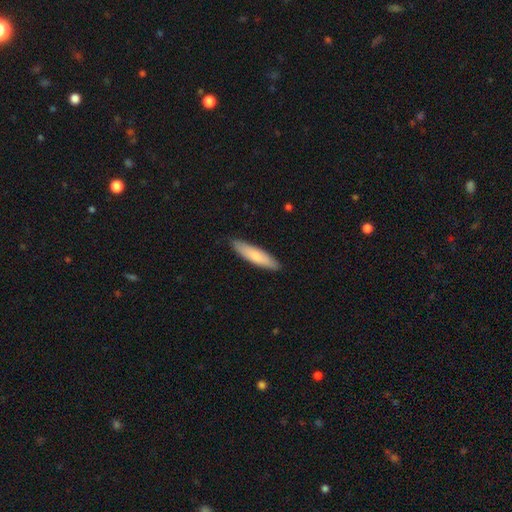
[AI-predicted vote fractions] Smooth or featured? Predicted: smooth (p=0.76). How rounded? Predicted: cigar-shaped (p=0.75). Merging? Predicted: none (p=0.88).